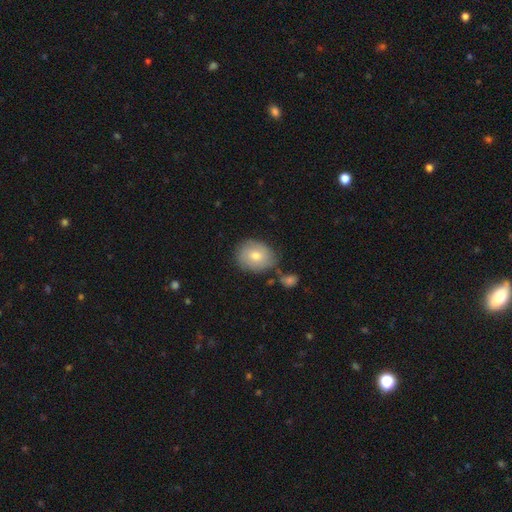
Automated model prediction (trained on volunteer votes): smooth-or-featured: smooth: 68% | featured or disk: 24% | star or artifact: 9%
  how-rounded: round: 59% | in between: 40% | cigar-shaped: 1%
  merging: none: 71% | minor disturbance: 17% | merger: 8% | major disturbance: 4%